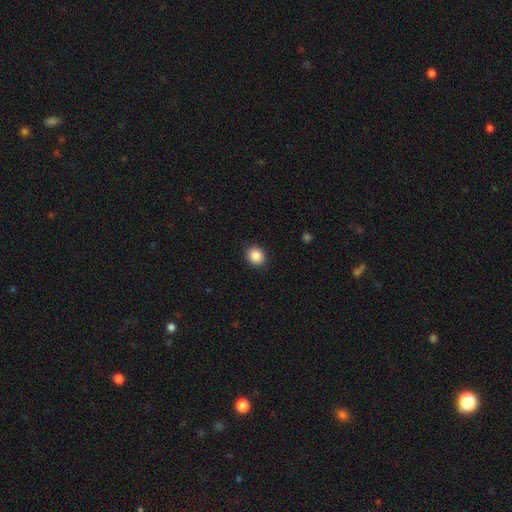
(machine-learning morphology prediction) A smooth galaxy with no disk features (88%) that is round (67%). Merging: none (91%).